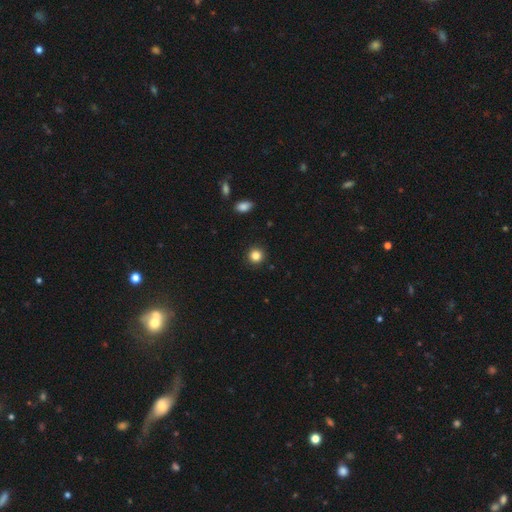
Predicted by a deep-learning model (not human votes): Q: Smooth or featured?
A: smooth (84%); runner-up: star or artifact (11%)
Q: How rounded?
A: round (94%); runner-up: in between (5%)
Q: Merging?
A: none (92%); runner-up: minor disturbance (5%)